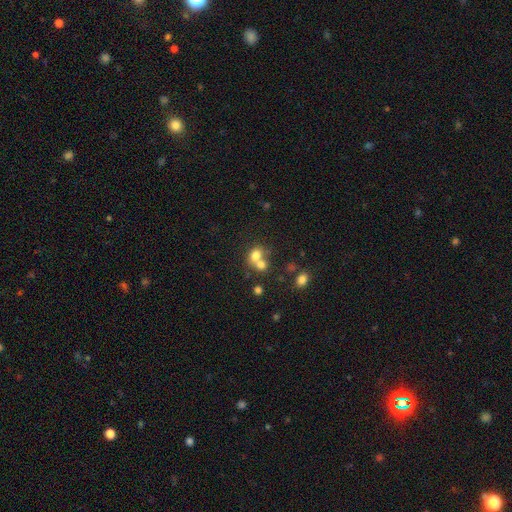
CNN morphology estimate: Smooth or featured?
  - smooth: 72% *
  - featured or disk: 16%
  - star or artifact: 13%
How rounded?
  - round: 61% *
  - in between: 38%
  - cigar-shaped: 1%
Merging?
  - merger: 59% *
  - none: 30%
  - minor disturbance: 7%
  - major disturbance: 4%